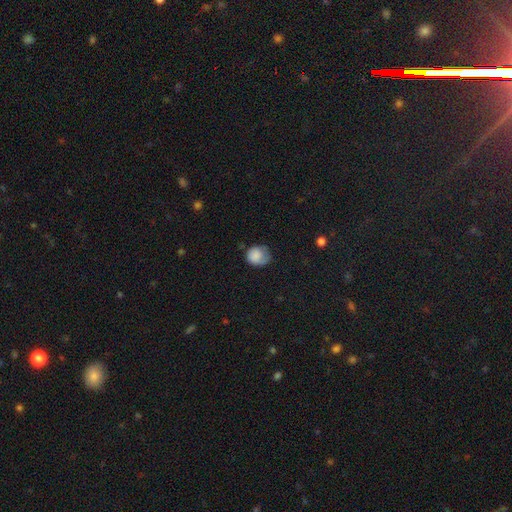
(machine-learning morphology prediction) smooth-or-featured: smooth: 79% | featured or disk: 13% | star or artifact: 7%
  how-rounded: round: 71% | in between: 28% | cigar-shaped: 1%
  merging: none: 46% | minor disturbance: 37% | major disturbance: 16% | merger: 2%